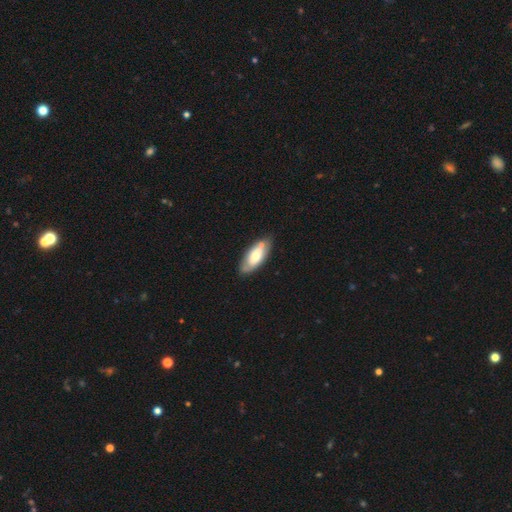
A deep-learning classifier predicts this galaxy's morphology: smooth-or-featured: smooth: 55% | featured or disk: 40% | star or artifact: 6%
  how-rounded: in between: 80% | cigar-shaped: 18% | round: 2%
  merging: none: 73% | minor disturbance: 17% | merger: 6% | major disturbance: 4%